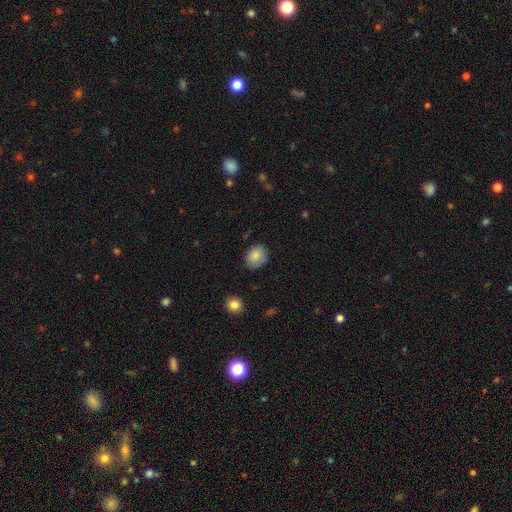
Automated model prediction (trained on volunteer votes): The model was most divided on "how rounded": in between: 53%, round: 47%, cigar-shaped: 1%. More confident: smooth or featured — smooth (85%); merging — none (80%).